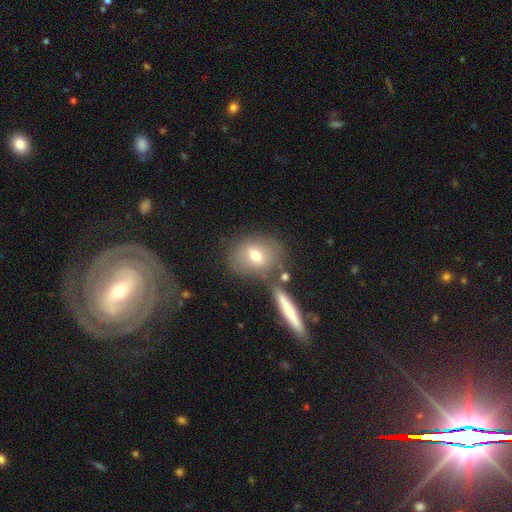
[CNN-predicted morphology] Smooth or featured? Predicted: smooth (p=0.68). How rounded? Predicted: in between (p=0.57). Merging? Predicted: none (p=0.62).